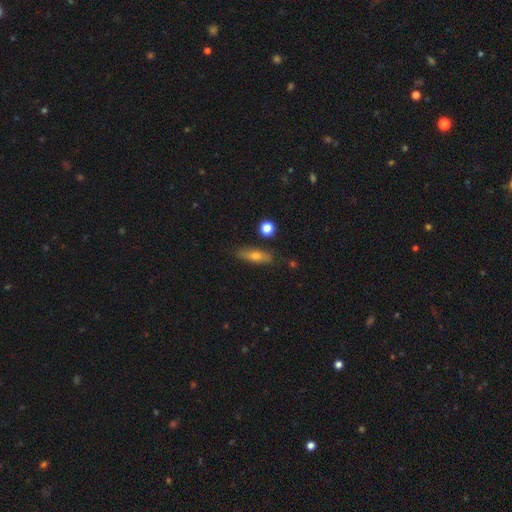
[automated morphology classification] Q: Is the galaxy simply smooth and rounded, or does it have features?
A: smooth — 58%.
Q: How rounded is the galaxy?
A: cigar-shaped — 53%.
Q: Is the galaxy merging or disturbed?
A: none — 83%.